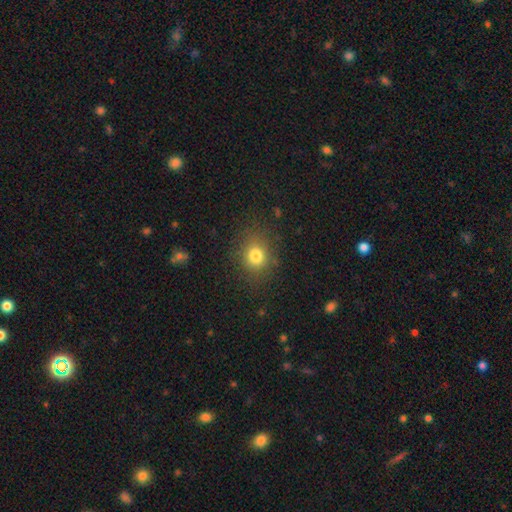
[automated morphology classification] Smooth or featured? smooth (78%)
How rounded? round (76%)
Merging? none (84%)